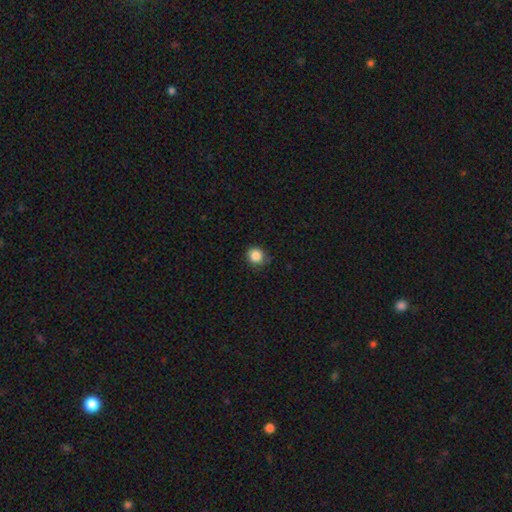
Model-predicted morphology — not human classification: Overall: smooth (86%). How rounded: round (86%). Merging: none (81%).